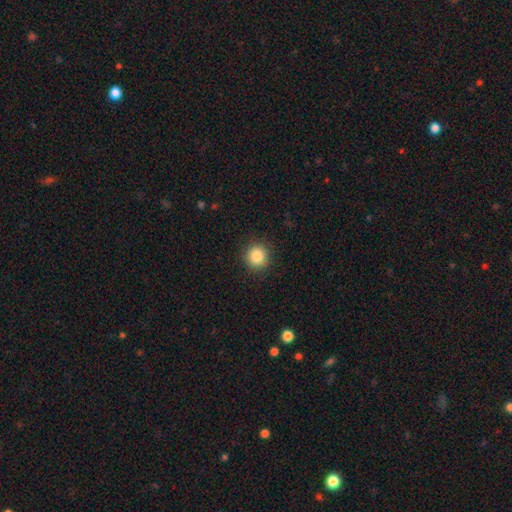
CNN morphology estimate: Q: Smooth or featured?
A: smooth (85%); runner-up: star or artifact (10%)
Q: How rounded?
A: round (93%); runner-up: in between (6%)
Q: Merging?
A: none (91%); runner-up: minor disturbance (6%)